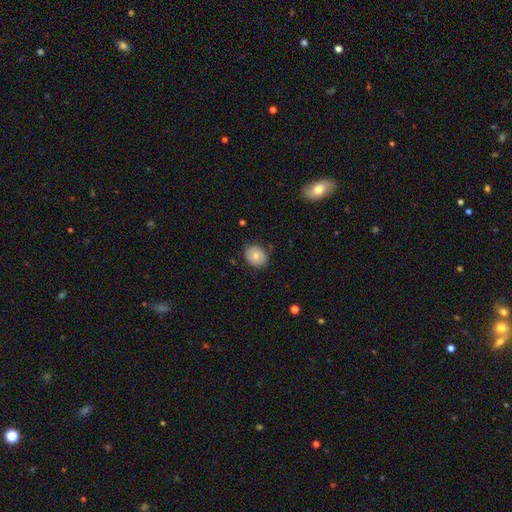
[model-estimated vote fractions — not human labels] This appears to be a smooth galaxy with no disk features (68%) that is round (67%). Merging: none (82%).